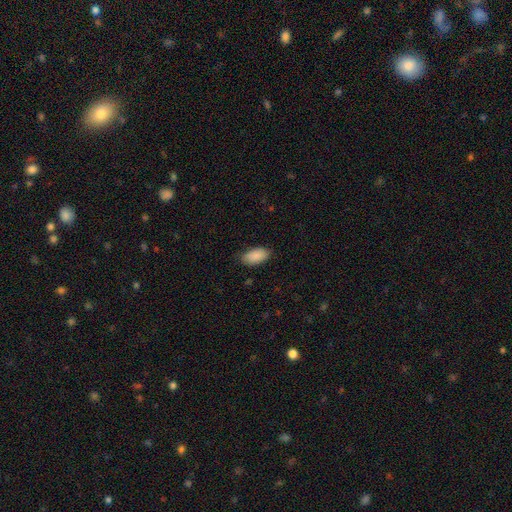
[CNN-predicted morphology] Smooth or featured? Predicted: smooth (p=0.89). How rounded? Predicted: in between (p=0.94). Merging? Predicted: none (p=0.80).